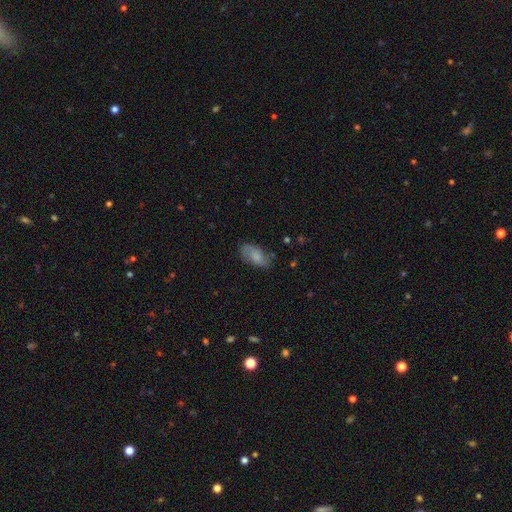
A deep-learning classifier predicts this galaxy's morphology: This is likely a smooth galaxy (66%). How rounded: clearly in between (92%). Merging: likely none (68%).